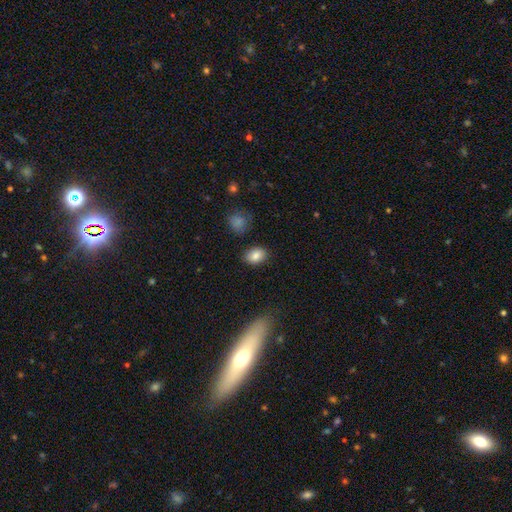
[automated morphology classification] Smooth or featured?
  - smooth: 85% *
  - star or artifact: 9%
  - featured or disk: 6%
How rounded?
  - in between: 75% *
  - round: 24%
  - cigar-shaped: 1%
Merging?
  - none: 86% *
  - minor disturbance: 10%
  - major disturbance: 3%
  - merger: 2%